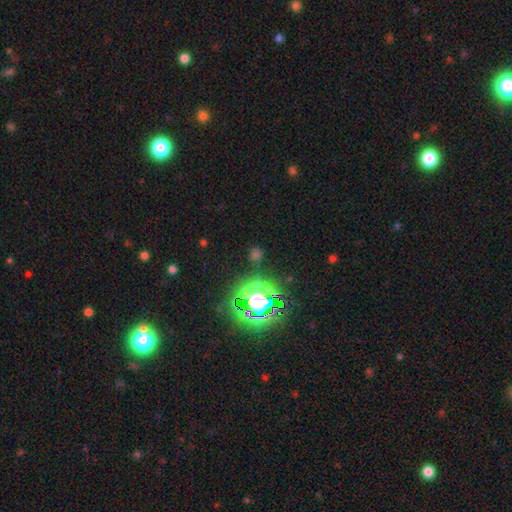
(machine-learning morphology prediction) This appears to be a star or artifact, not a galaxy (61%).